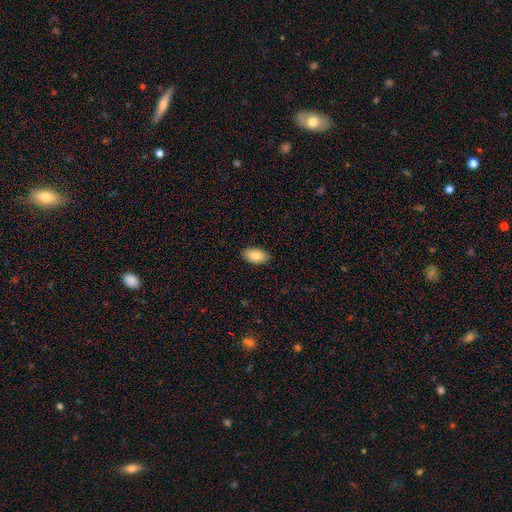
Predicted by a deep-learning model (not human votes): Smooth or featured? smooth (88%)
How rounded? in between (95%)
Merging? none (88%)